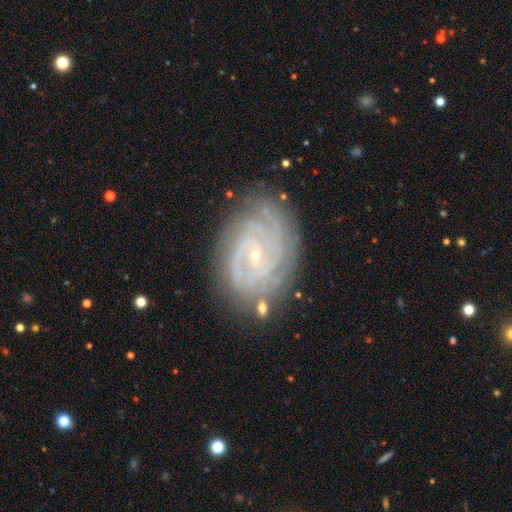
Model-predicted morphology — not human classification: A featured or disk galaxy (89%) with no bar (55%), 2 (25%) tight (75%) spiral arms (98%) and a small central bulge (85%). Merging: none (79%).